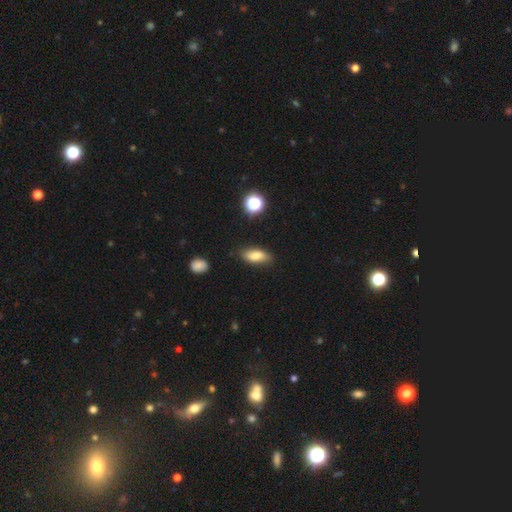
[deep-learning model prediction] Smooth or featured: smooth — 76% (featured or disk — 15%)
How rounded: in between — 81% (cigar-shaped — 14%)
Merging: none — 79% (minor disturbance — 16%)